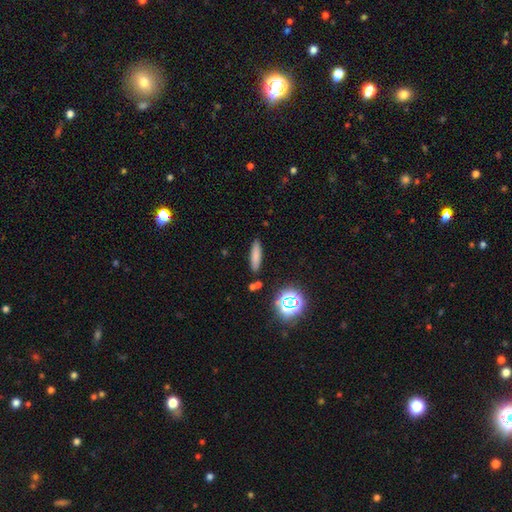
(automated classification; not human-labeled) Smooth or featured: smooth — 77% (star or artifact — 13%)
How rounded: cigar-shaped — 75% (in between — 22%)
Merging: none — 86% (minor disturbance — 8%)